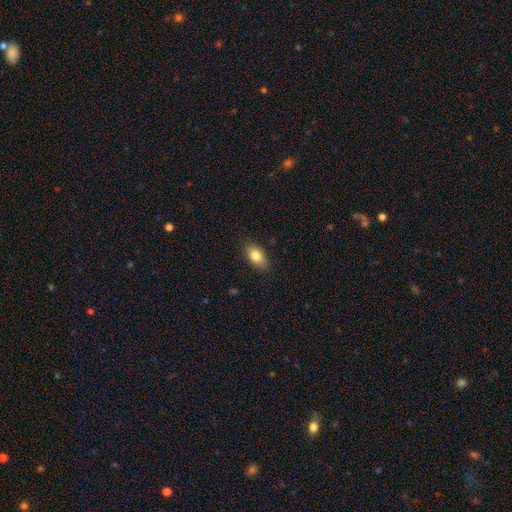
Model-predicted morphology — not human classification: type=smooth (83%); roundness=in between (89%); merging=none (85%).